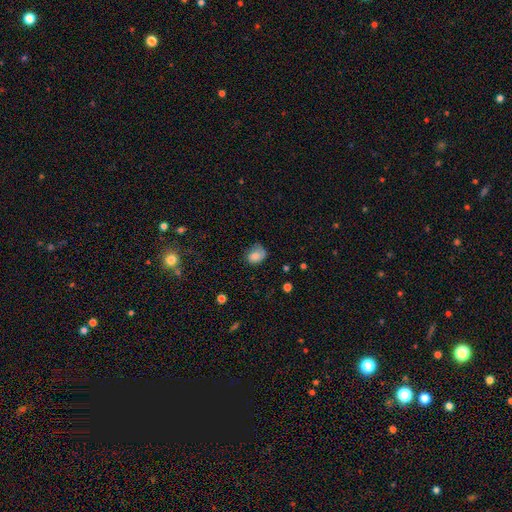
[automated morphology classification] A smooth galaxy with no disk features (76%) that is in between round and cigar-shaped (58%).

Vote fractions:
- Smooth or featured? smooth: 76% / featured or disk: 15% / star or artifact: 9%
- How rounded? in between: 58% / round: 41% / cigar-shaped: 1%
- Merging? none: 45% / minor disturbance: 34% / major disturbance: 19% / merger: 2%